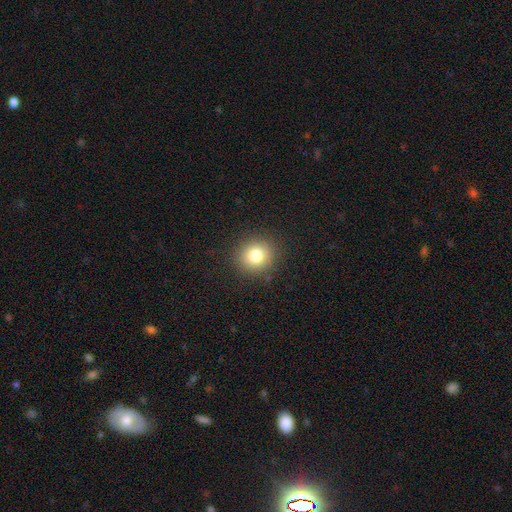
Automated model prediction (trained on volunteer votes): Smooth or featured: smooth — 80% (star or artifact — 12%)
How rounded: round — 87% (in between — 12%)
Merging: none — 89% (minor disturbance — 8%)